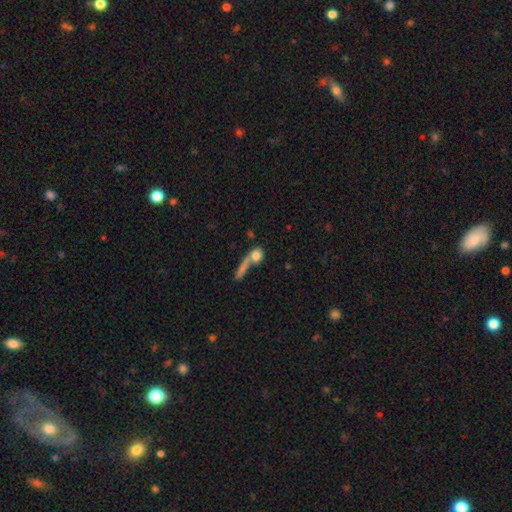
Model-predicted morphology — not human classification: smooth 71%, featured or disk 19%, star or artifact 10%. Down the decision tree: how rounded — round (54%); merging — merger (38%).